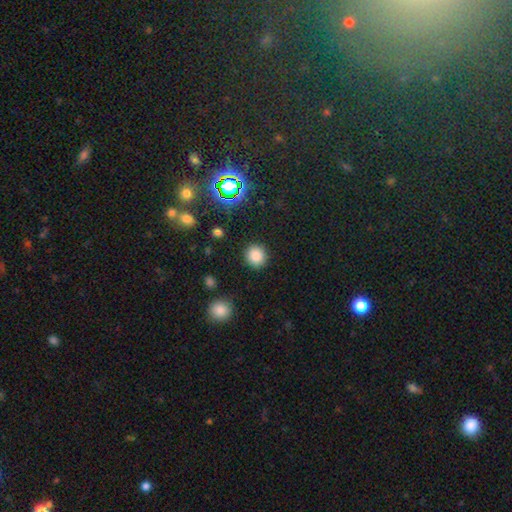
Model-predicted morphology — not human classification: smooth_or_featured: smooth (p=0.83) [alt: star or artifact p=0.13]
how_rounded: round (p=0.91) [alt: in between p=0.08]
merging: none (p=0.89) [alt: minor disturbance p=0.07]